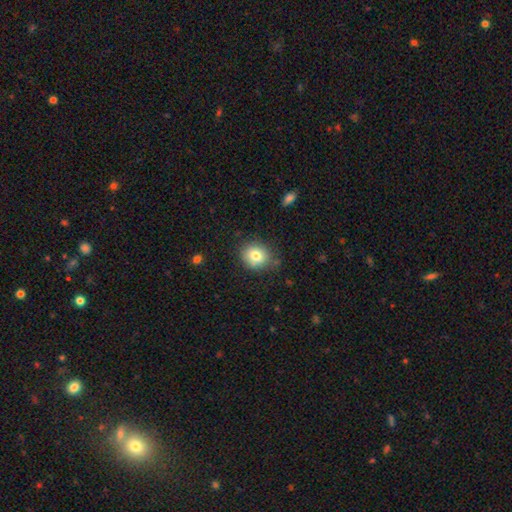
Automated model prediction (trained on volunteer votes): This appears to be a smooth galaxy with no disk features (79%) that is round (73%). Merging: none (78%).